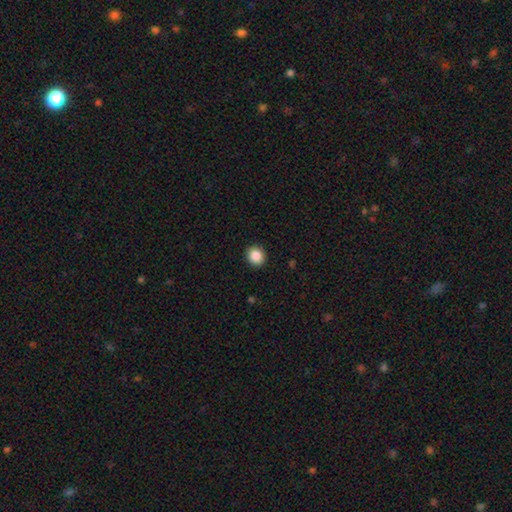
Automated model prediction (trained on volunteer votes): A smooth galaxy with no disk features (88%) that is round (82%).

Vote fractions:
- Smooth or featured? smooth: 88% / star or artifact: 9% / featured or disk: 3%
- How rounded? round: 82% / in between: 17% / cigar-shaped: 1%
- Merging? none: 92% / minor disturbance: 6% / major disturbance: 2% / merger: 1%